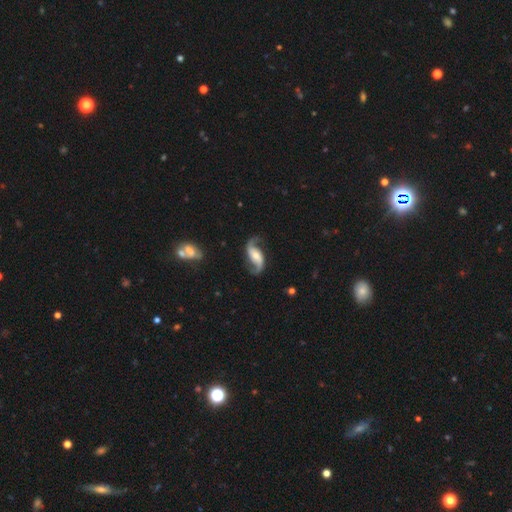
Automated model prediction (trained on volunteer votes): Overall: featured or disk (90%). Edge-on disk: no (97%). Bar: no (39%; weak 36%). Spiral arms: yes (97%). Spiral arm count: 2 (94%). Spiral winding: loose (70%). Bulge size: moderate (51%; small 36%). Merging: none (78%).